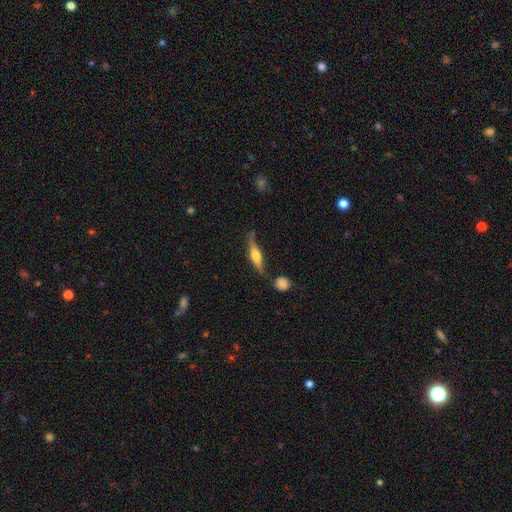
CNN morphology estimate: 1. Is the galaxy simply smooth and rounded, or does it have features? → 64% featured or disk, 30% smooth, 6% star or artifact.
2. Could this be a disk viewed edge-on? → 94% yes, 6% no.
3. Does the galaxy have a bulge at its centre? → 91% rounded, 6% boxy, 3% none.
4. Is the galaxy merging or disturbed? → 70% none, 19% minor disturbance, 6% merger, 6% major disturbance.